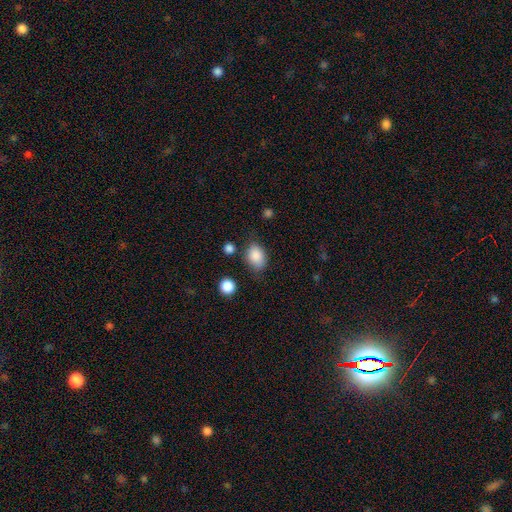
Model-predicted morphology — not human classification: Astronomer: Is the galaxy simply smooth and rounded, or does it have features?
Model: smooth — 86%.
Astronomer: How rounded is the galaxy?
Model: in between — 76%.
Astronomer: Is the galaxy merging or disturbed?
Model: none — 68%.